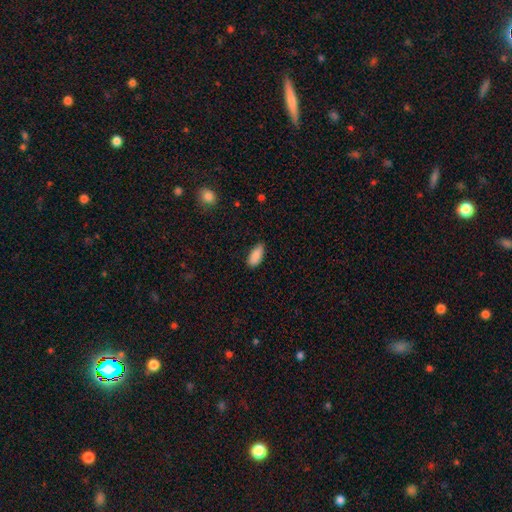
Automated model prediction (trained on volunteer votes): smooth_or_featured: smooth (p=0.89) [alt: star or artifact p=0.07]
how_rounded: in between (p=0.86) [alt: cigar-shaped p=0.12]
merging: none (p=0.80) [alt: minor disturbance p=0.17]